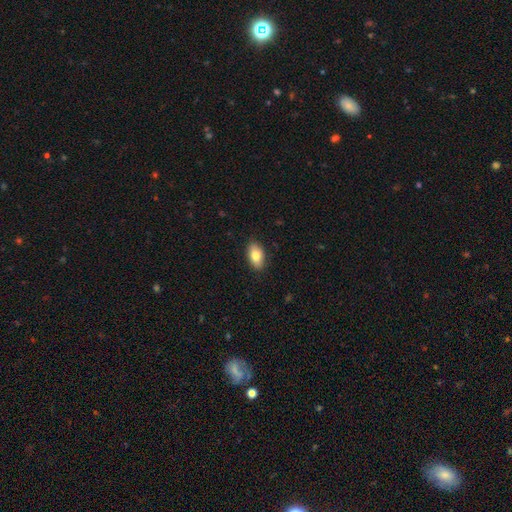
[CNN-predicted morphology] Smooth or featured: smooth — 79% (featured or disk — 14%)
How rounded: in between — 91% (round — 5%)
Merging: none — 88% (minor disturbance — 9%)